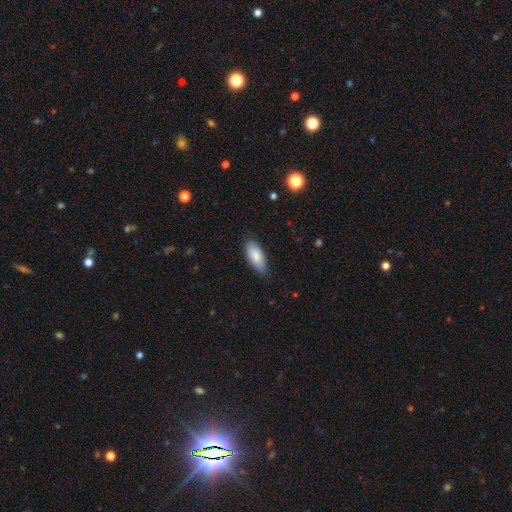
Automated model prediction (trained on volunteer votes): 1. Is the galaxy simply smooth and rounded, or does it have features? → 85% smooth, 9% featured or disk, 6% star or artifact.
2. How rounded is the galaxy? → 85% in between, 14% cigar-shaped, 2% round.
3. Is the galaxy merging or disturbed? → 82% none, 15% minor disturbance, 3% major disturbance, 1% merger.